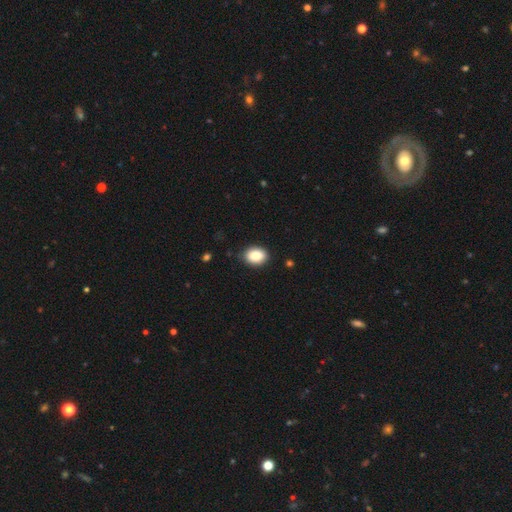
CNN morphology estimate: A smooth galaxy with no disk features (87%) that is in between round and cigar-shaped (75%).

Vote fractions:
- Smooth or featured? smooth: 87% / star or artifact: 8% / featured or disk: 5%
- How rounded? in between: 75% / round: 24% / cigar-shaped: 1%
- Merging? none: 85% / minor disturbance: 11% / major disturbance: 2% / merger: 1%